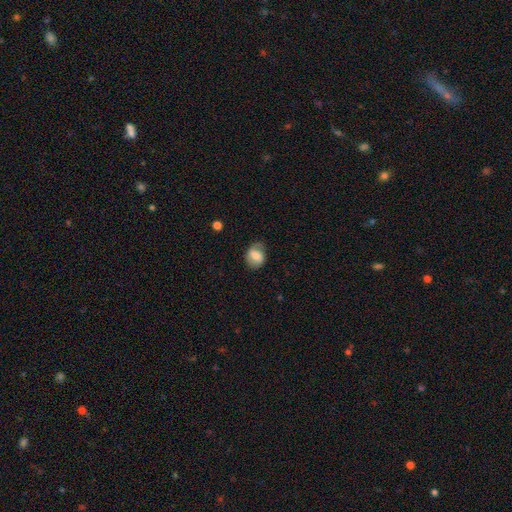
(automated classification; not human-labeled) Smooth or featured? smooth (65%)
How rounded? in between (53%)
Merging? none (64%)